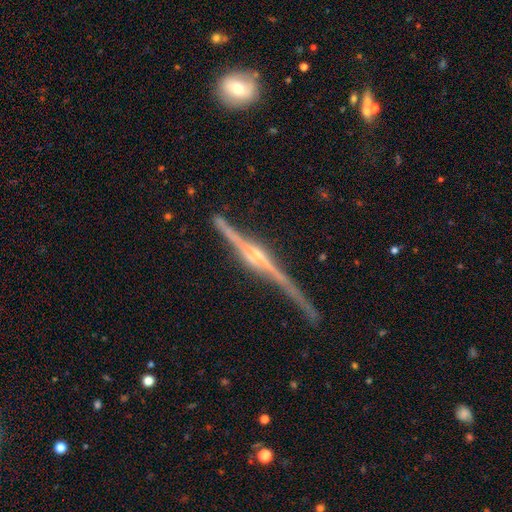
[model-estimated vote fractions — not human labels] Morphology: type=featured or disk (90%); edge-on=yes (96%); edge-on bulge=rounded (86%); merging=none (70%).